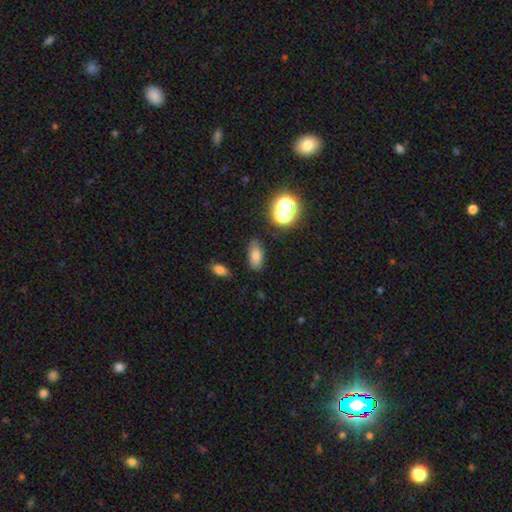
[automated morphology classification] Smooth or featured? Predicted: smooth (p=0.74). How rounded? Predicted: in between (p=0.88). Merging? Predicted: none (p=0.76).